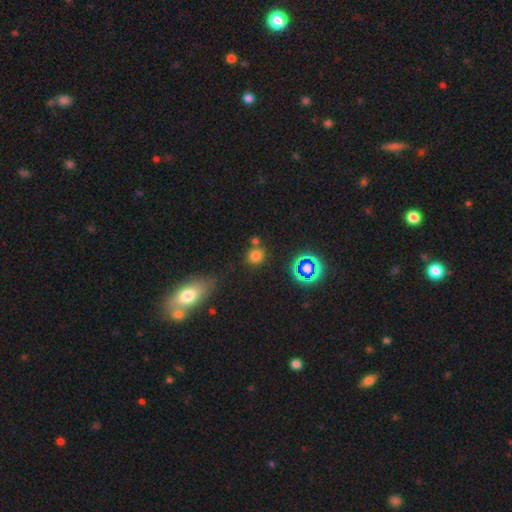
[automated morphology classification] smooth-or-featured: smooth: 70% | star or artifact: 23% | featured or disk: 7%
  how-rounded: round: 78% | in between: 20% | cigar-shaped: 1%
  merging: none: 73% | merger: 13% | minor disturbance: 10% | major disturbance: 4%